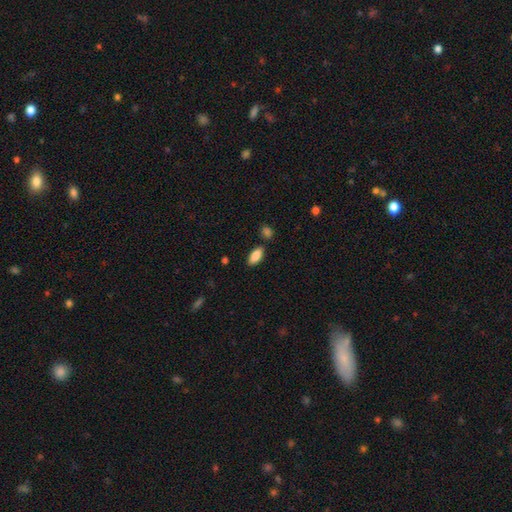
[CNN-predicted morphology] Q: Smooth or featured?
A: smooth (87%); runner-up: star or artifact (7%)
Q: How rounded?
A: in between (87%); runner-up: cigar-shaped (11%)
Q: Merging?
A: none (83%); runner-up: minor disturbance (10%)